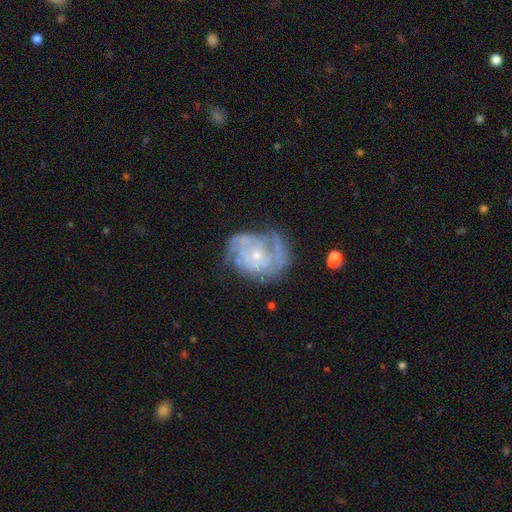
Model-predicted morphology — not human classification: Smooth or featured?
  - featured or disk: 78% *
  - smooth: 14%
  - star or artifact: 7%
Edge-on disk?
  - no: 97% *
  - yes: 3%
Bar?
  - no: 80% *
  - weak: 17%
  - strong: 3%
Spiral arms?
  - yes: 81% *
  - no: 19%
Spiral winding?
  - tight: 57% *
  - medium: 31%
  - loose: 12%
Spiral arm count?
  - can't tell: 44% *
  - 2: 23%
  - 3: 15%
  - 1: 7%
  - 4: 7%
  - more than 4: 5%
Bulge size?
  - small: 75% *
  - moderate: 20%
  - none: 3%
  - large: 1%
  - dominant: 1%
Merging?
  - none: 50% *
  - minor disturbance: 25%
  - major disturbance: 21%
  - merger: 4%